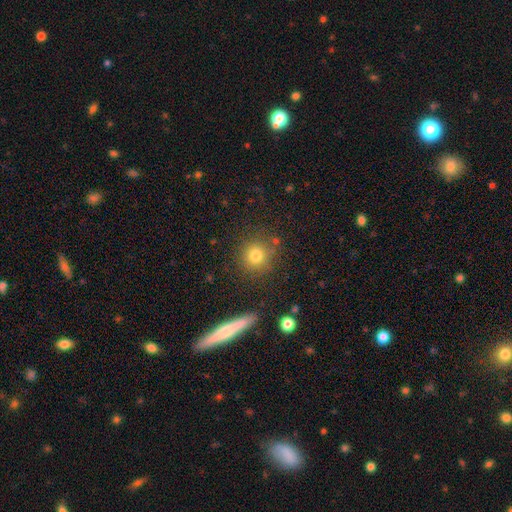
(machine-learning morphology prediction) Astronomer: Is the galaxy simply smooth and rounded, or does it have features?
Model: smooth — 78%.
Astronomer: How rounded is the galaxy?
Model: round — 89%.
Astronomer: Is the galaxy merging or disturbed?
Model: none — 81%.